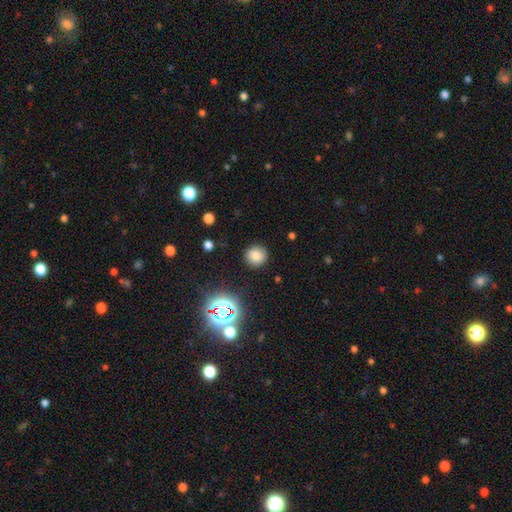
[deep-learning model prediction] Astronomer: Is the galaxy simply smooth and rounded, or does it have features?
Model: smooth — 79%.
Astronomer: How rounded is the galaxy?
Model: round — 91%.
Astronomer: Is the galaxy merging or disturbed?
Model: none — 89%.